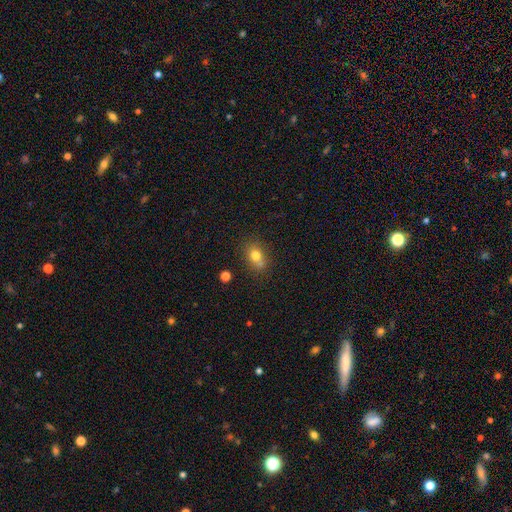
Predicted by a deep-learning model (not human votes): Smooth or featured? Predicted: smooth (p=0.75). How rounded? Predicted: in between (p=0.53). Merging? Predicted: none (p=0.56).